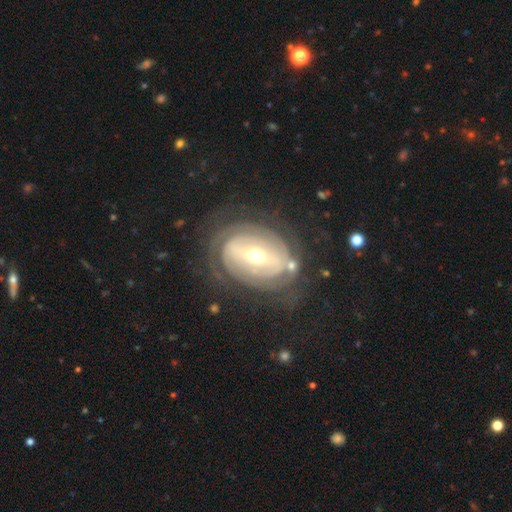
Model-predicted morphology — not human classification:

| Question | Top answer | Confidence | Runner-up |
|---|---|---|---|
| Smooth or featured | featured or disk | 84% | smooth (11%) |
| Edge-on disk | no | 95% | yes (5%) |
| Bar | weak | 38% | strong (37%) |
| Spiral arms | yes | 85% | no (15%) |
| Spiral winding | tight | 74% | medium (19%) |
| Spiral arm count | can't tell | 46% | 2 (25%) |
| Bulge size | moderate | 49% | small (46%) |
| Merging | none | 69% | minor disturbance (17%) |